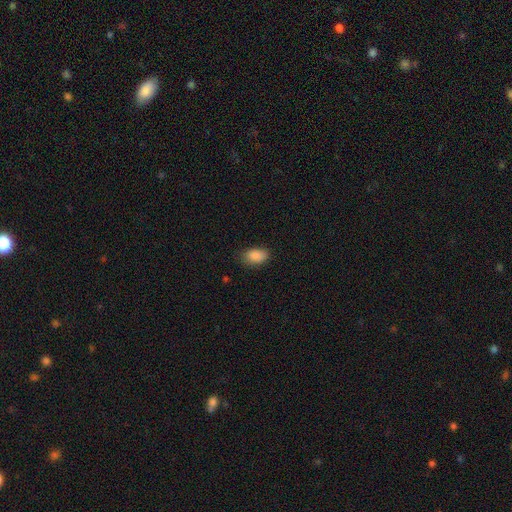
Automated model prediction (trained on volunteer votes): Overall: smooth (89%). How rounded: in between (91%). Merging: none (79%).